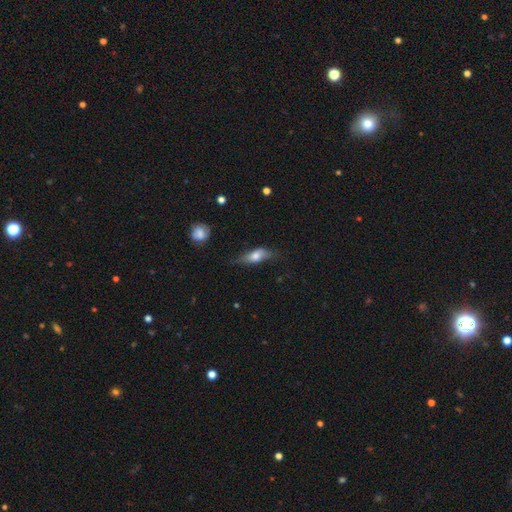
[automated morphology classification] Smooth or featured: smooth — 62% (featured or disk — 31%)
How rounded: in between — 66% (cigar-shaped — 29%)
Merging: none — 55% (minor disturbance — 31%)